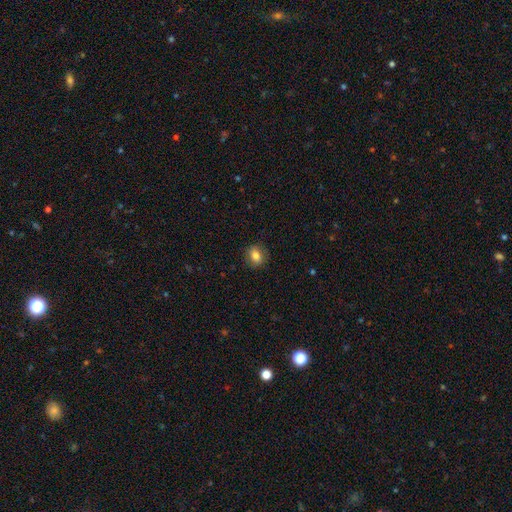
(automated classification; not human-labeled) smooth_or_featured: smooth (p=0.81) [alt: featured or disk p=0.10]
how_rounded: in between (p=0.49) [tied with: round p=0.49]
merging: none (p=0.86) [alt: minor disturbance p=0.10]